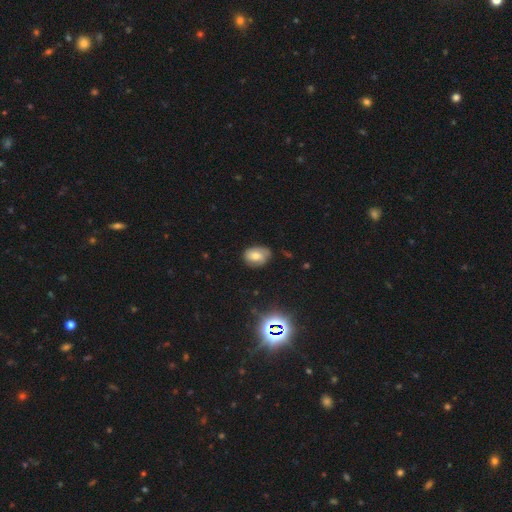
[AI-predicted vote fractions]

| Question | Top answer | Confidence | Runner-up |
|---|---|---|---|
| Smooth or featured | smooth | 60% | featured or disk (27%) |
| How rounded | in between | 70% | round (29%) |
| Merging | none | 66% | minor disturbance (27%) |